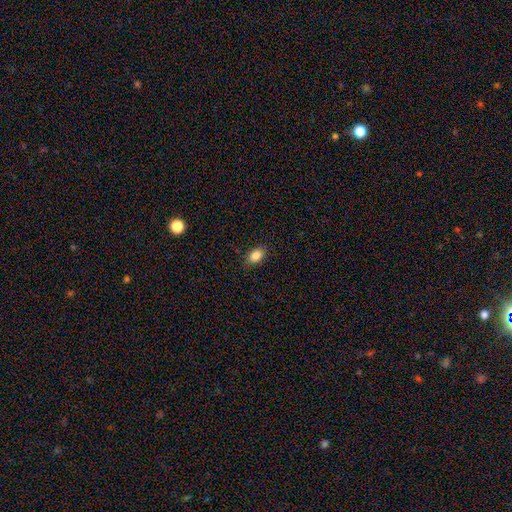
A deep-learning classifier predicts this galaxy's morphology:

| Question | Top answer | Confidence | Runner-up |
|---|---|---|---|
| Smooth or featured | smooth | 86% | star or artifact (8%) |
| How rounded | in between | 87% | round (11%) |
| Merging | none | 86% | minor disturbance (11%) |